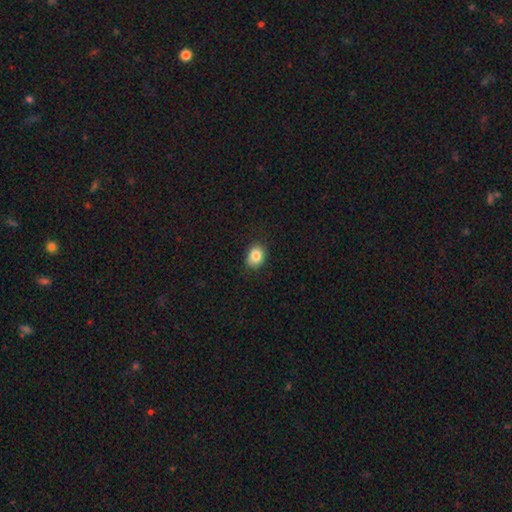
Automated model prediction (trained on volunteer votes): Smooth or featured? smooth (84%)
How rounded? in between (50%)
Merging? none (83%)